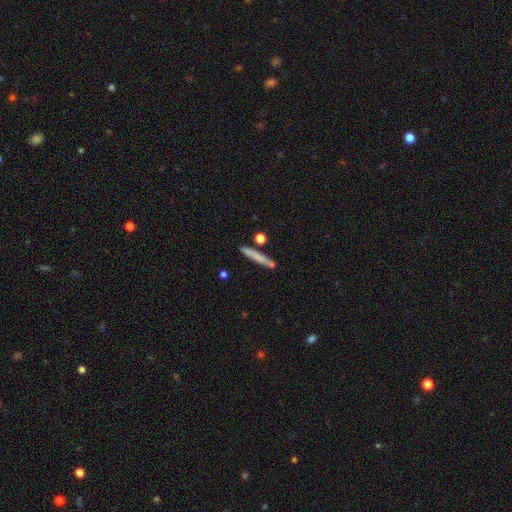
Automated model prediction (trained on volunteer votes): Smooth or featured? Predicted: smooth (p=0.69). How rounded? Predicted: cigar-shaped (p=0.93). Merging? Predicted: none (p=0.78).